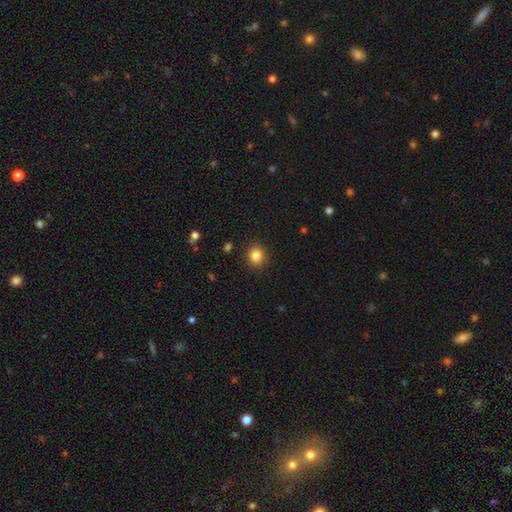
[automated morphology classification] Smooth or featured? smooth (84%)
How rounded? round (87%)
Merging? none (91%)